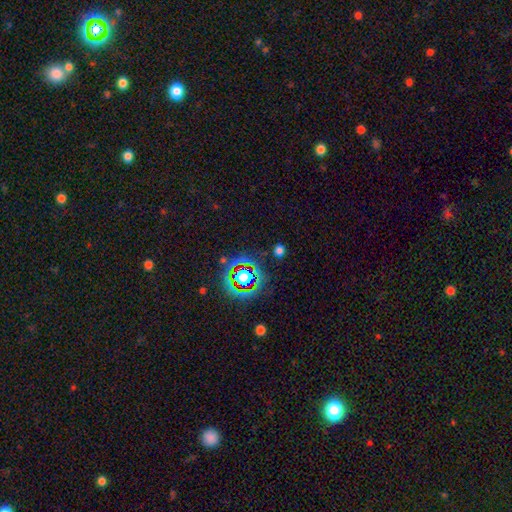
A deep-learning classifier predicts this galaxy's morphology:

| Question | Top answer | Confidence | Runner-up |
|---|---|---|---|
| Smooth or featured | star or artifact | 70% | smooth (17%) |